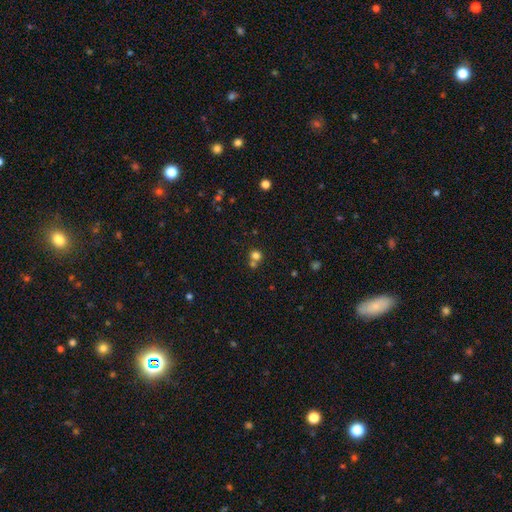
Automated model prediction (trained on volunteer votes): Smooth or featured? Predicted: smooth (p=0.75). How rounded? Predicted: round (p=0.87). Merging? Predicted: none (p=0.53).